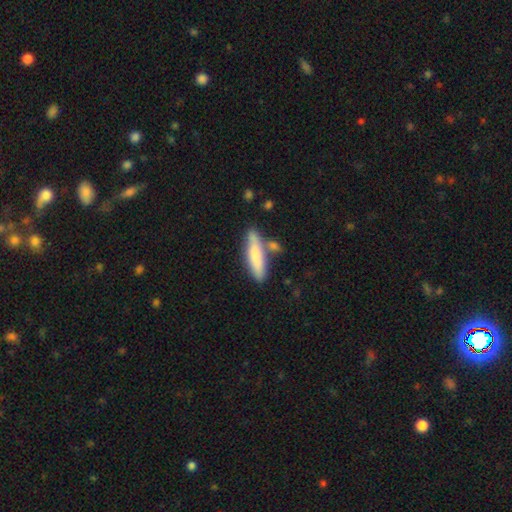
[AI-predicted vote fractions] The model was most divided on "how rounded": cigar-shaped: 74%, in between: 25%, round: 2%. More confident: smooth or featured — smooth (73%); merging — none (67%).